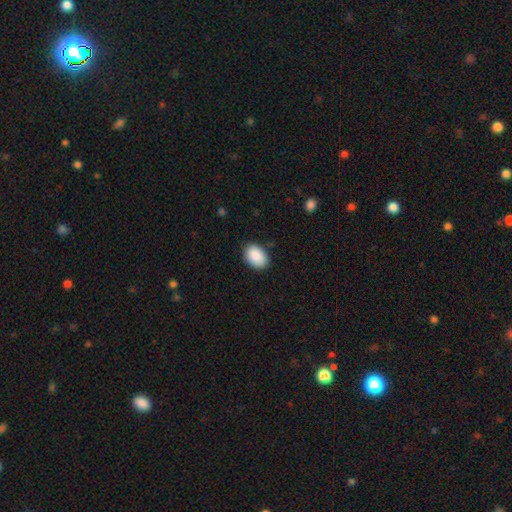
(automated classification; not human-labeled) smooth-or-featured: smooth: 90% | star or artifact: 7% | featured or disk: 3%
  how-rounded: in between: 83% | round: 16% | cigar-shaped: 1%
  merging: none: 85% | minor disturbance: 11% | major disturbance: 2% | merger: 1%